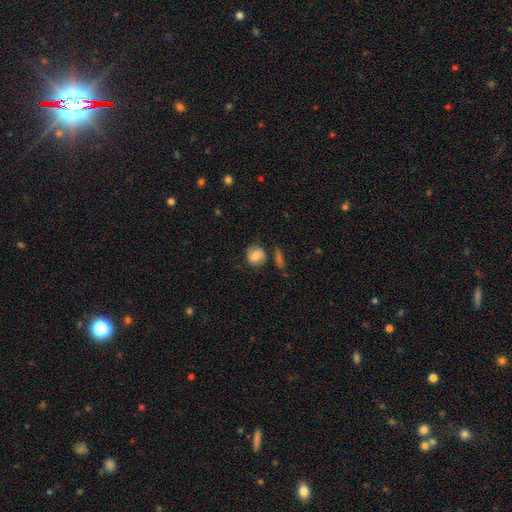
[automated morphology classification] type=smooth (66%); roundness=round (77%); merging=none (69%).